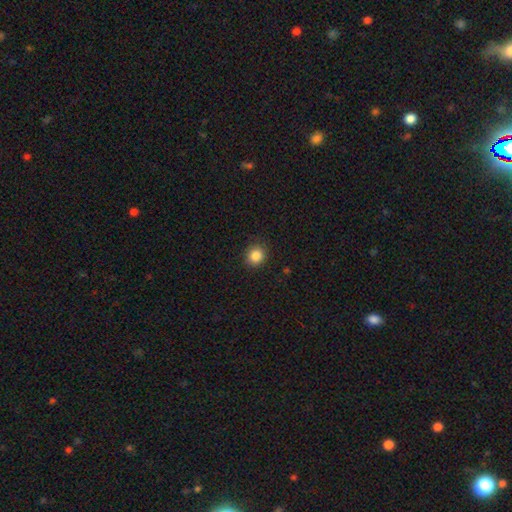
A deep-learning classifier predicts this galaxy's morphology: A smooth galaxy with no disk features (86%) that is round (85%). Merging: none (87%).